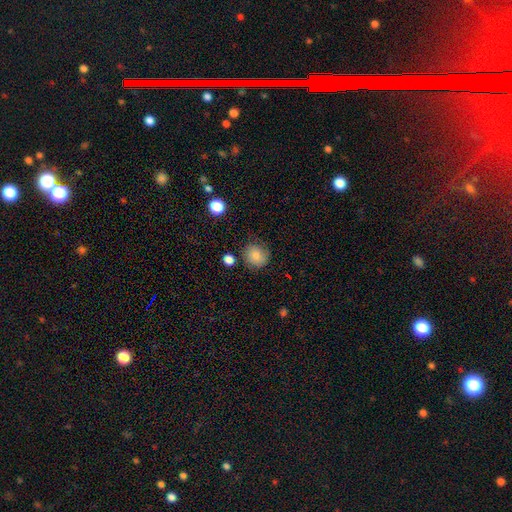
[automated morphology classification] Smooth or featured: smooth — 84% (star or artifact — 9%)
How rounded: round — 87% (in between — 12%)
Merging: none — 79% (minor disturbance — 14%)